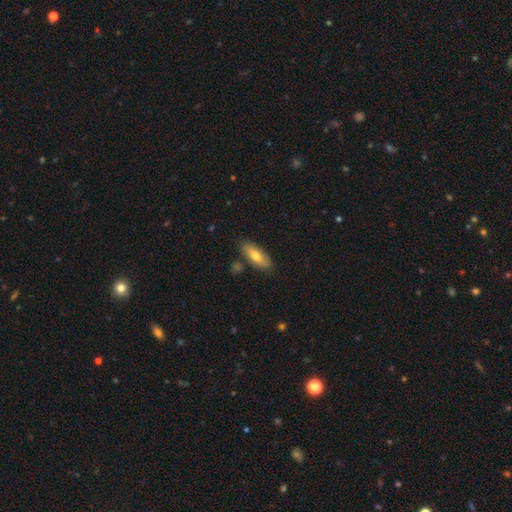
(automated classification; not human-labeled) Smooth or featured? smooth (69%)
How rounded? in between (74%)
Merging? none (82%)